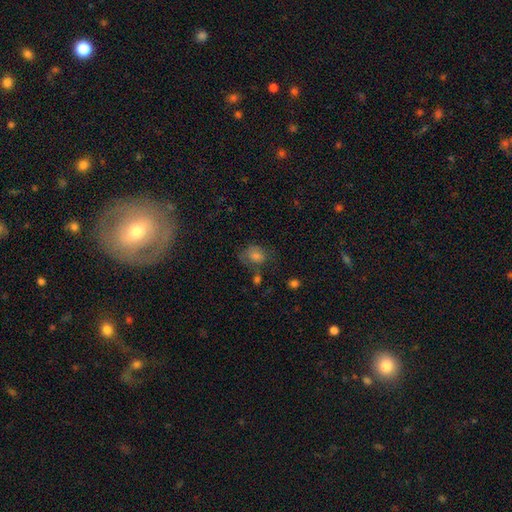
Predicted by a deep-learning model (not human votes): Morphology: type=smooth (58%); roundness=round (51%); merging=none (56%).